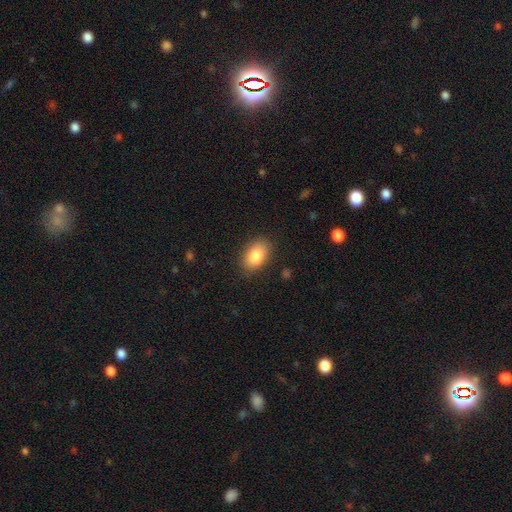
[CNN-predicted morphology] This appears to be a smooth galaxy with no disk features (84%) that is in between round and cigar-shaped (88%). Merging: none (85%).